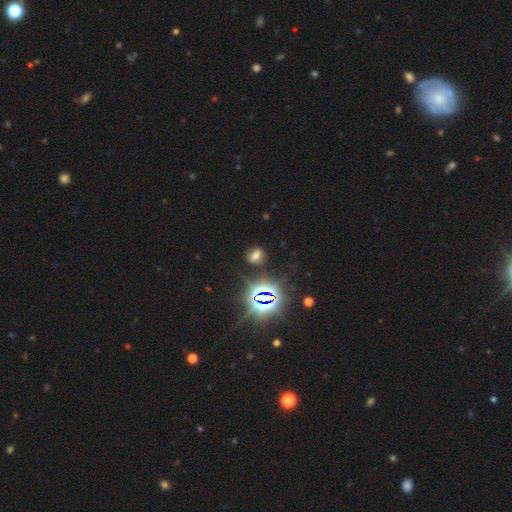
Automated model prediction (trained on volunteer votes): Smooth or featured? smooth (48%)
Merging? none (78%)